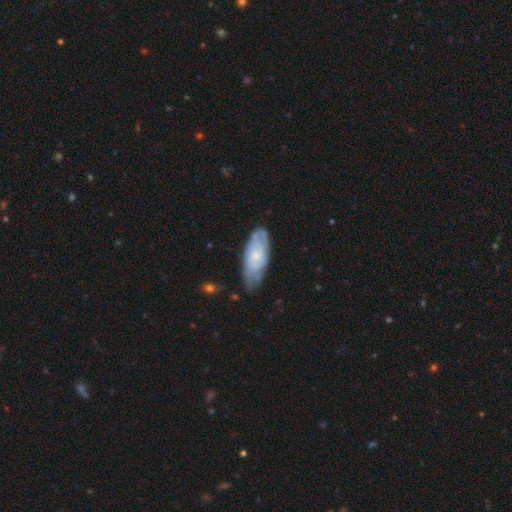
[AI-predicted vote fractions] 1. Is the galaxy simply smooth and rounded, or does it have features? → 52% featured or disk, 41% smooth, 7% star or artifact.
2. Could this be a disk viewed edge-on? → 84% no, 16% yes.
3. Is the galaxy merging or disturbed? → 68% none, 25% minor disturbance, 5% major disturbance, 2% merger.